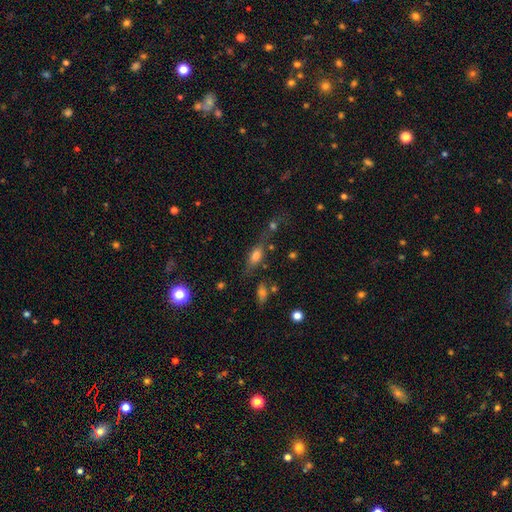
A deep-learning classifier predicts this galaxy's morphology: type=smooth (67%); roundness=in between (72%); merging=none (45%).